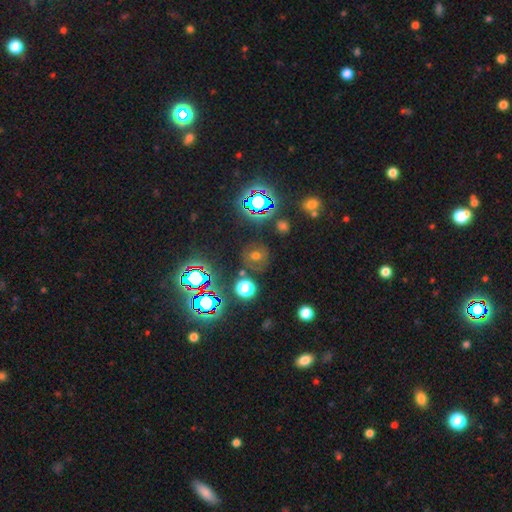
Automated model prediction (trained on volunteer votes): smooth-or-featured: smooth: 44% | star or artifact: 40% | featured or disk: 16%
  merging: none: 77% | minor disturbance: 13% | major disturbance: 6% | merger: 5%